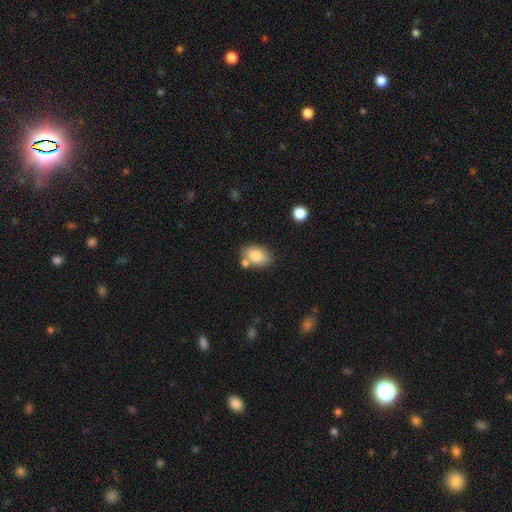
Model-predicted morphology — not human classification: The model was most divided on "merging": none: 67%, merger: 16%, minor disturbance: 15%, major disturbance: 3%. More confident: how rounded — in between (86%); smooth or featured — smooth (81%).